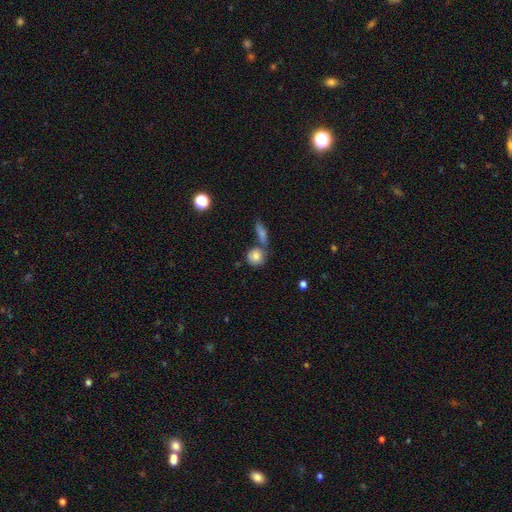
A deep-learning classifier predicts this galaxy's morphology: Smooth or featured?
  - smooth: 79% *
  - featured or disk: 13%
  - star or artifact: 9%
How rounded?
  - round: 77% *
  - in between: 20%
  - cigar-shaped: 3%
Merging?
  - none: 54% *
  - merger: 29%
  - minor disturbance: 12%
  - major disturbance: 5%